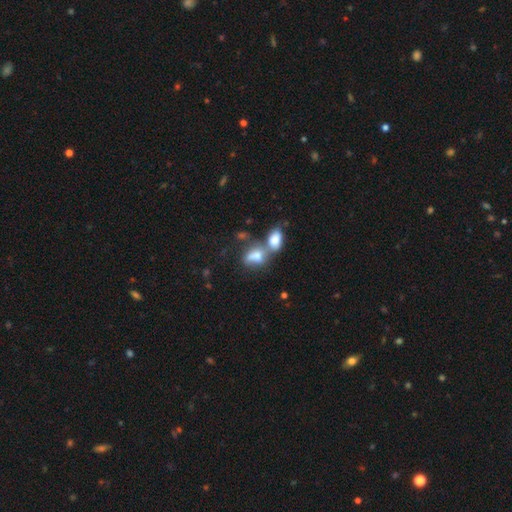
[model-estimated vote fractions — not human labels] A smooth galaxy with no disk features (69%) that is in between round and cigar-shaped (81%). Merging: merger (63%).